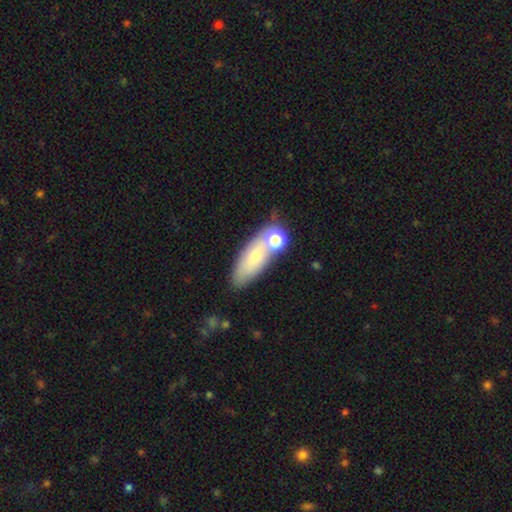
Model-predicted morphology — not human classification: Q: Smooth or featured?
A: smooth (63%); runner-up: featured or disk (29%)
Q: How rounded?
A: in between (65%); runner-up: cigar-shaped (30%)
Q: Merging?
A: none (56%); runner-up: merger (24%)